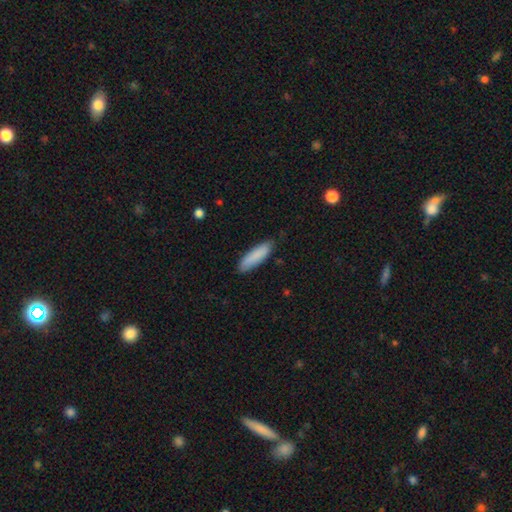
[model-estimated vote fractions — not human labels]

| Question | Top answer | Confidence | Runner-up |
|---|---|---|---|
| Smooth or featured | smooth | 87% | featured or disk (8%) |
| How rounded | cigar-shaped | 59% | in between (40%) |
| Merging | none | 83% | minor disturbance (14%) |